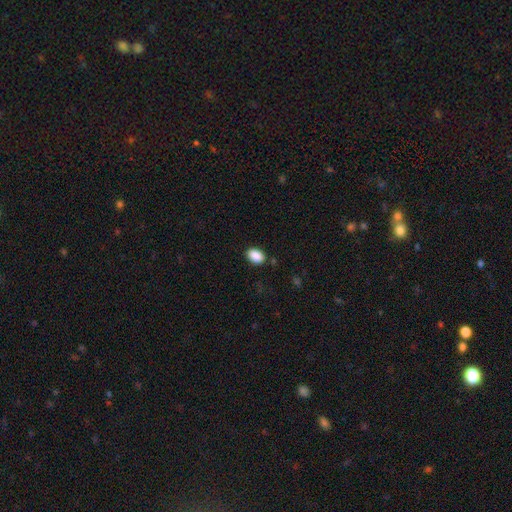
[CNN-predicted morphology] Smooth or featured: smooth — 90% (star or artifact — 8%)
How rounded: in between — 84% (round — 15%)
Merging: none — 86% (minor disturbance — 10%)